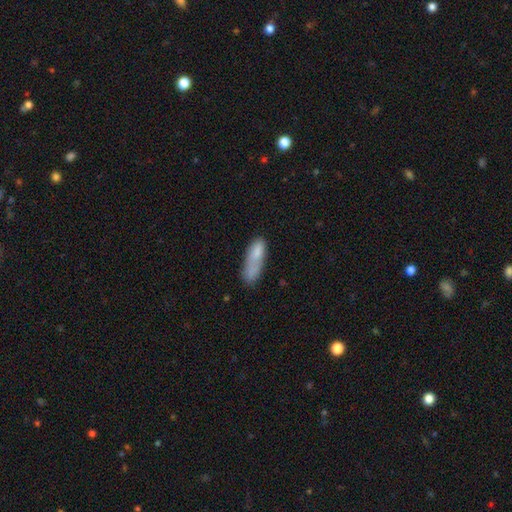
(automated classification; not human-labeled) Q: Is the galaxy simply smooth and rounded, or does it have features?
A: smooth — 74%.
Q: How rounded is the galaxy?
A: cigar-shaped — 49%.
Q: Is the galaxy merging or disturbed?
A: none — 42%.